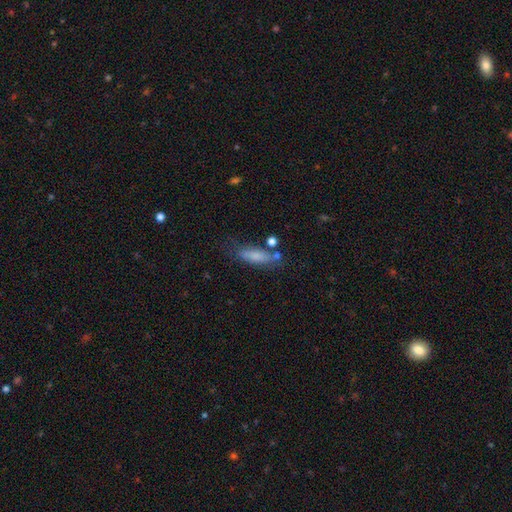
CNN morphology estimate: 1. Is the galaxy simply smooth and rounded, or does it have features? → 73% smooth, 19% featured or disk, 9% star or artifact.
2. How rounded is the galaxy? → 51% cigar-shaped, 46% in between, 3% round.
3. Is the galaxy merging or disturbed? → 57% none, 23% minor disturbance, 10% merger, 9% major disturbance.